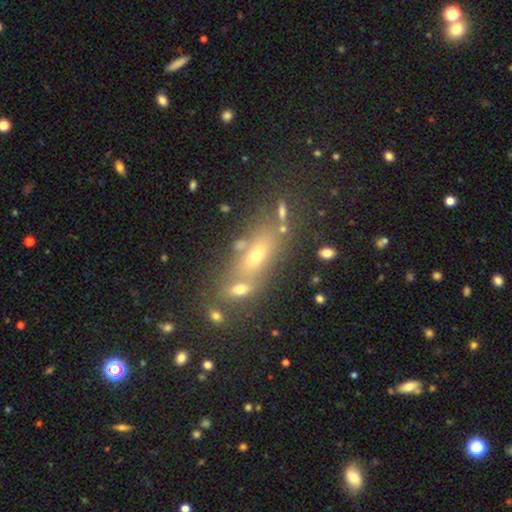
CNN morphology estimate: Q: Smooth or featured?
A: smooth (40%); runner-up: featured or disk (33%)
Q: Merging?
A: none (61%); runner-up: merger (19%)